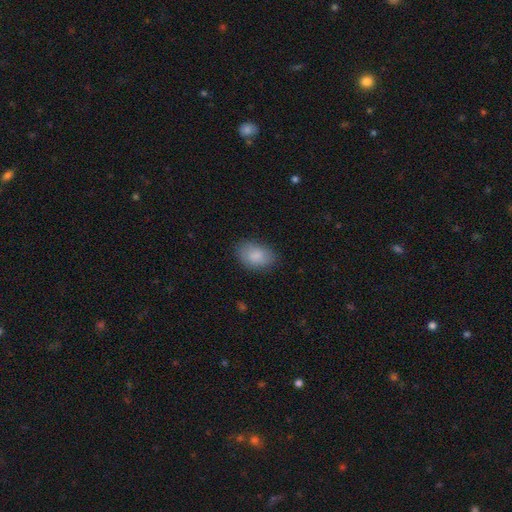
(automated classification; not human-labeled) smooth 86%, featured or disk 7%, star or artifact 7%. Down the decision tree: how rounded — in between (88%); merging — none (79%).